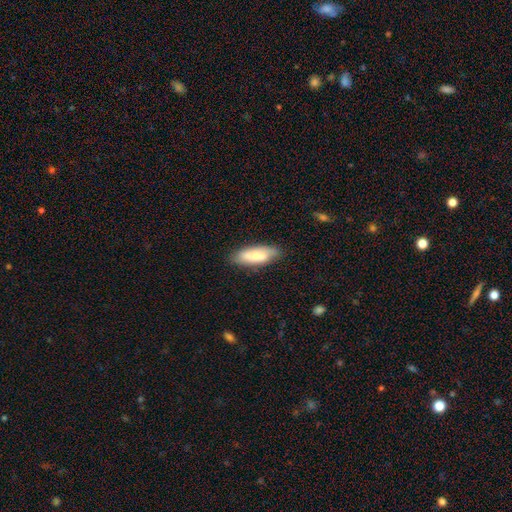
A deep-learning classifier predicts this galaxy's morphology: Smooth or featured?
  - smooth: 75% *
  - featured or disk: 19%
  - star or artifact: 6%
How rounded?
  - in between: 63% *
  - cigar-shaped: 35%
  - round: 2%
Merging?
  - none: 81% *
  - minor disturbance: 15%
  - major disturbance: 3%
  - merger: 1%